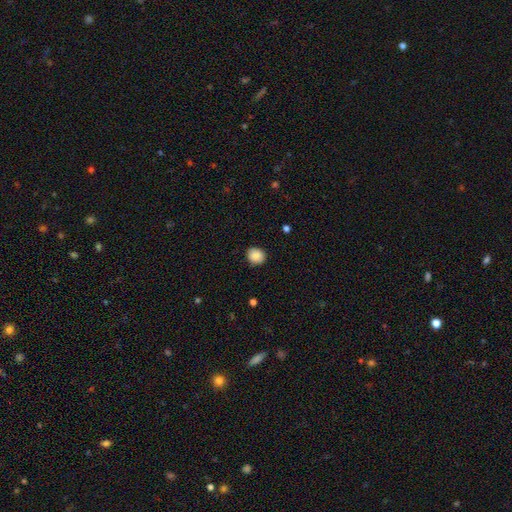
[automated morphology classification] A smooth galaxy with no disk features (88%) that is round (80%). Merging: none (88%).